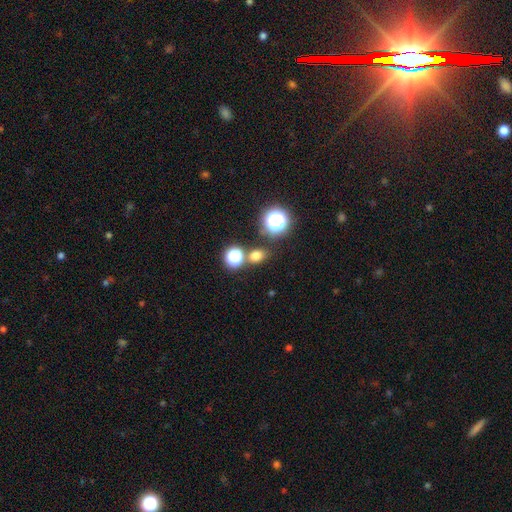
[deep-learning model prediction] The model was most divided on "how rounded": round: 54%, in between: 44%, cigar-shaped: 2%. More confident: merging — none (75%); smooth or featured — smooth (69%).